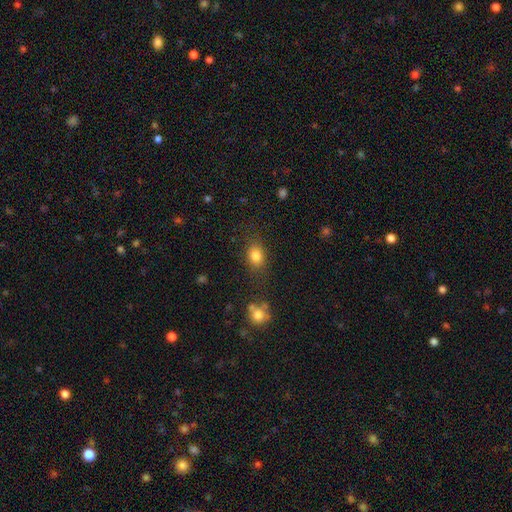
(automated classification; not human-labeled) smooth 82%, star or artifact 11%, featured or disk 7%. Down the decision tree: how rounded — in between (67%); merging — none (77%).